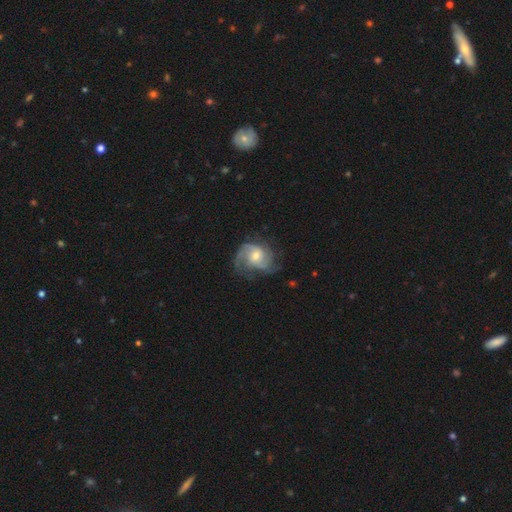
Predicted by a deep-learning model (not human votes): Morphology: type=featured or disk (84%); edge-on=no (98%); bar=no (65%); spiral arms=yes (96%); winding=medium (46%); arm count=3 (35%); bulge=moderate (54%); merging=none (63%).